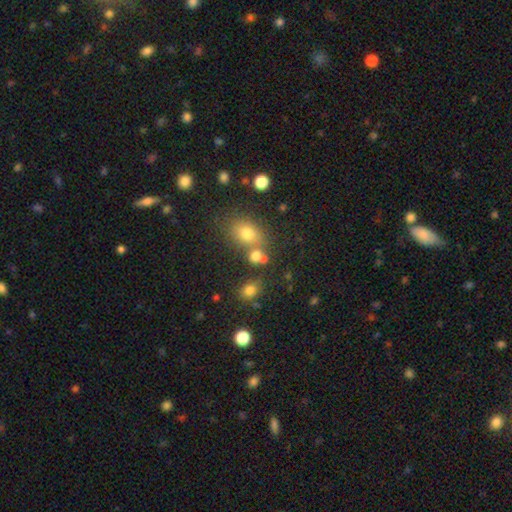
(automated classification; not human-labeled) This appears to be a smooth galaxy with no disk features (72%) that is round (56%). Merging: none (51%).